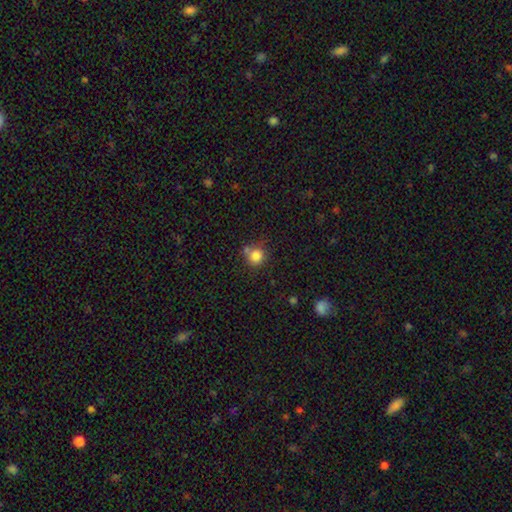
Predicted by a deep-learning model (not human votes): smooth 83%, star or artifact 12%, featured or disk 6%. Down the decision tree: how rounded — round (91%); merging — none (67%).